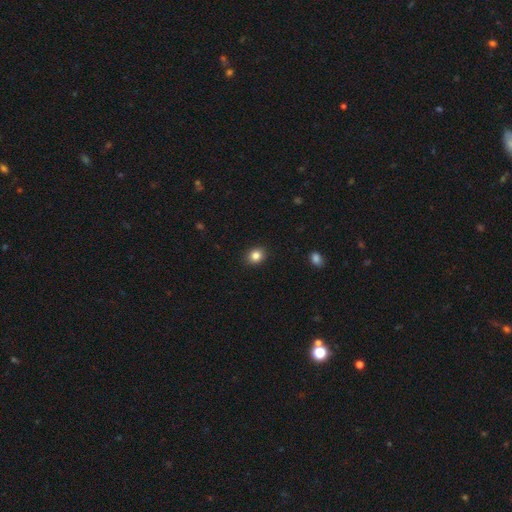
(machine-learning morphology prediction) Smooth or featured? Predicted: smooth (p=0.84). How rounded? Predicted: round (p=0.60). Merging? Predicted: none (p=0.90).